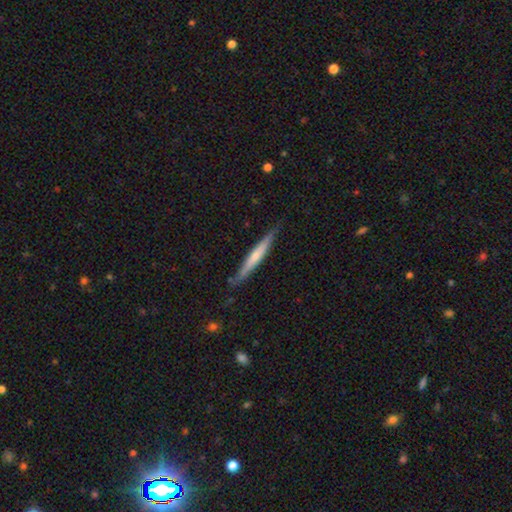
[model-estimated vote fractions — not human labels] Smooth or featured: smooth — 47% (tied with featured or disk — 47%)
Merging: none — 82% (minor disturbance — 14%)